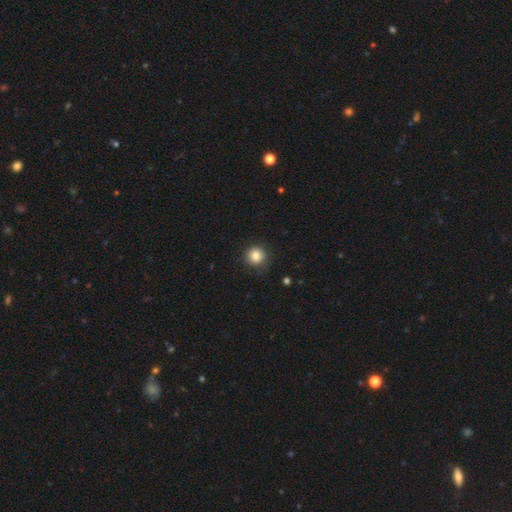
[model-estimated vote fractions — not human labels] smooth_or_featured: smooth (p=0.85) [alt: star or artifact p=0.10]
how_rounded: round (p=0.90) [alt: in between p=0.09]
merging: none (p=0.84) [alt: minor disturbance p=0.12]